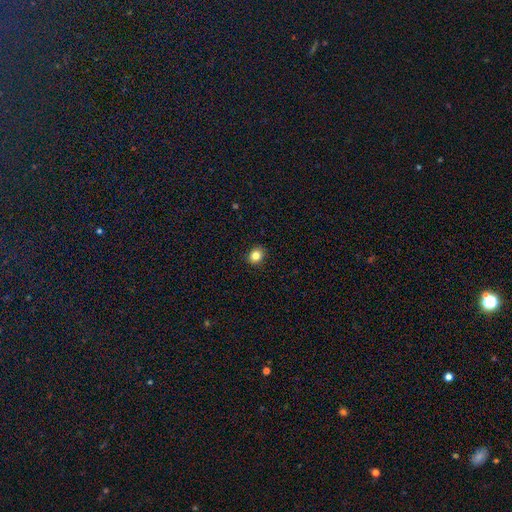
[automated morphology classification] smooth 83%, star or artifact 11%, featured or disk 6%. Down the decision tree: how rounded — round (66%); merging — none (91%).